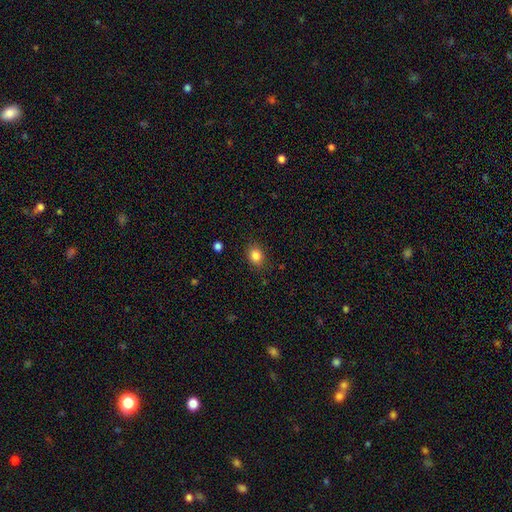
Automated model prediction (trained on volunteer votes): Overall: smooth (84%). How rounded: round (60%; in between 39%). Merging: none (85%).